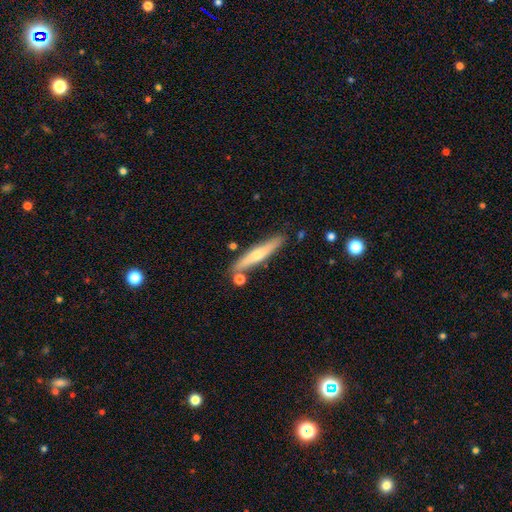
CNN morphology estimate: A smooth galaxy with no disk features (47%, tied with featured or disk). Merging: none (82%).